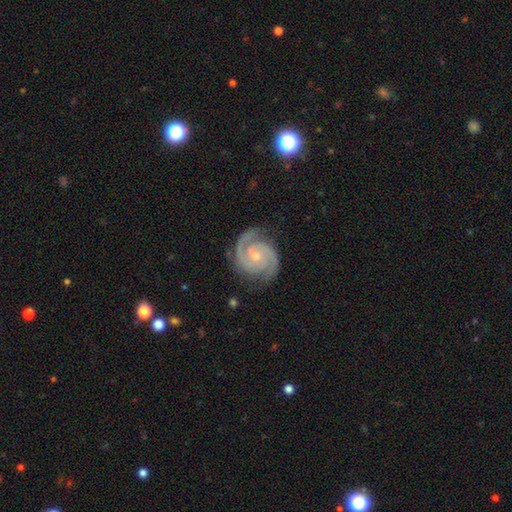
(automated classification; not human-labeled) smooth-or-featured: featured or disk: 93% | star or artifact: 4% | smooth: 3%
  disk-edge-on: no: 98% | yes: 2%
    bar: no: 72% | weak: 22% | strong: 6%
    has-spiral-arms: yes: 99% | no: 1%
      spiral-winding: tight: 63% | medium: 33% | loose: 4%
      spiral-arm-count: 2: 86% | 3: 8% | can't tell: 2% | 4: 1% | 1: 1% | more than 4: 1%
    bulge-size: small: 61% | moderate: 36% | none: 1% | large: 1% | dominant: 1%
  merging: none: 82% | minor disturbance: 13% | major disturbance: 3% | merger: 1%